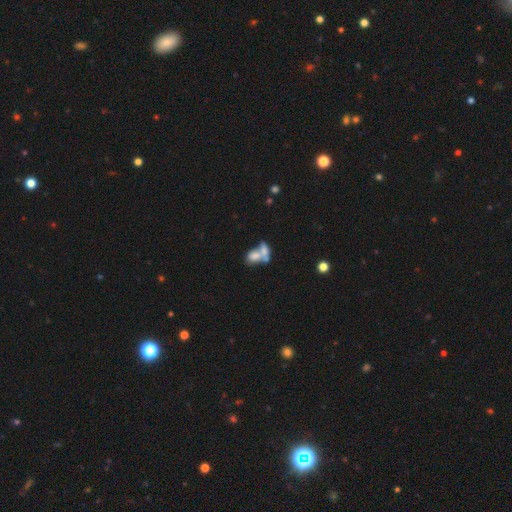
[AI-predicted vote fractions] A smooth galaxy with no disk features (68%) that is in between round and cigar-shaped (76%). Merging: merger (71%).